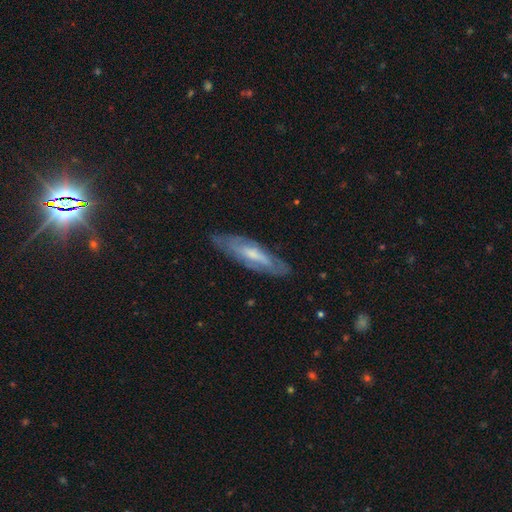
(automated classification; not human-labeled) Smooth or featured? Predicted: featured or disk (p=0.66). Edge-on disk? Predicted: no (p=0.56). Merging? Predicted: none (p=0.81).